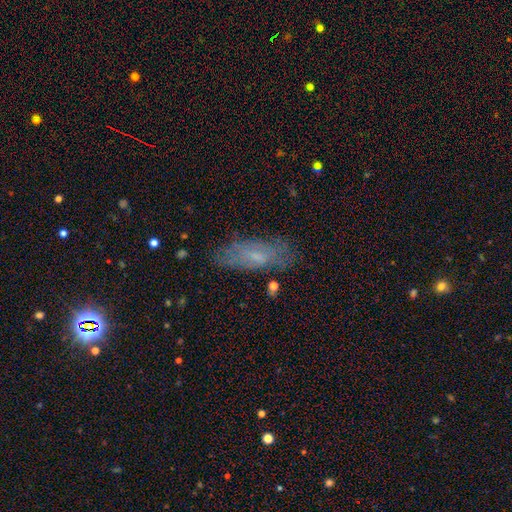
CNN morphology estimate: smooth-or-featured: smooth: 44% | featured or disk: 42% | star or artifact: 13%
  merging: none: 78% | minor disturbance: 16% | major disturbance: 5% | merger: 2%